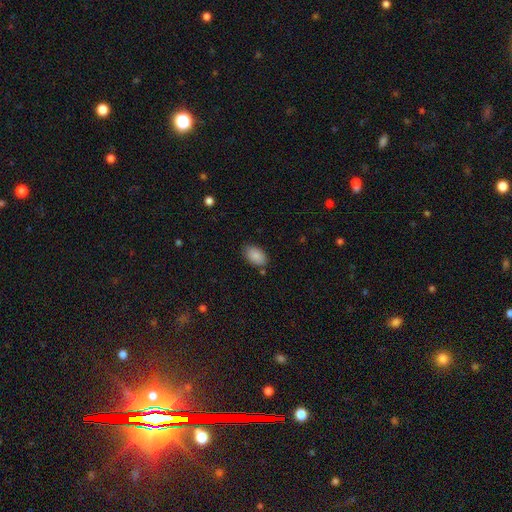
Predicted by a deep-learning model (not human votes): Smooth or featured?
  - smooth: 88% *
  - star or artifact: 7%
  - featured or disk: 4%
How rounded?
  - in between: 92% *
  - round: 7%
  - cigar-shaped: 1%
Merging?
  - none: 81% *
  - minor disturbance: 13%
  - merger: 3%
  - major disturbance: 3%